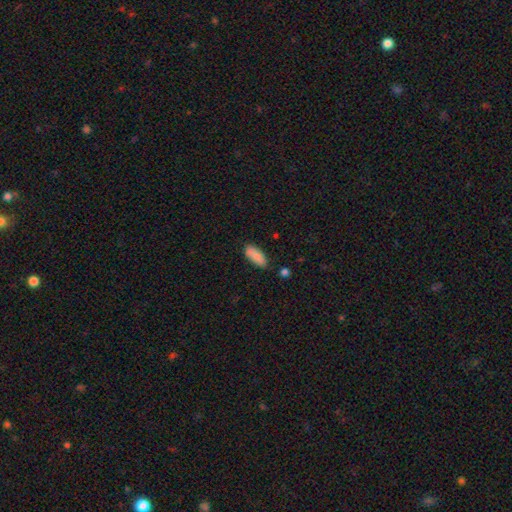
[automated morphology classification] smooth_or_featured: smooth (p=0.84) [alt: featured or disk p=0.09]
how_rounded: in between (p=0.80) [alt: cigar-shaped p=0.18]
merging: none (p=0.78) [alt: minor disturbance p=0.16]